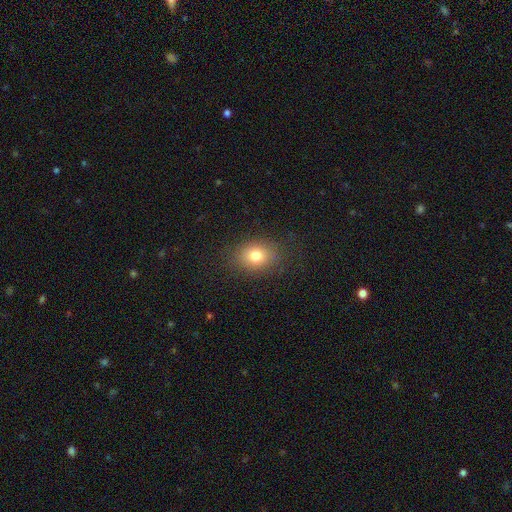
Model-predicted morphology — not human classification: Q: Smooth or featured?
A: smooth (80%); runner-up: star or artifact (11%)
Q: How rounded?
A: in between (62%); runner-up: round (37%)
Q: Merging?
A: none (84%); runner-up: minor disturbance (11%)